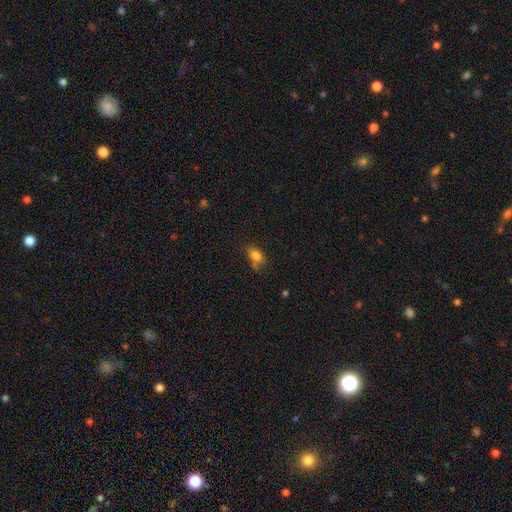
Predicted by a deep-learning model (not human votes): A smooth galaxy with no disk features (80%) that is in between round and cigar-shaped (80%). Merging: none (58%).